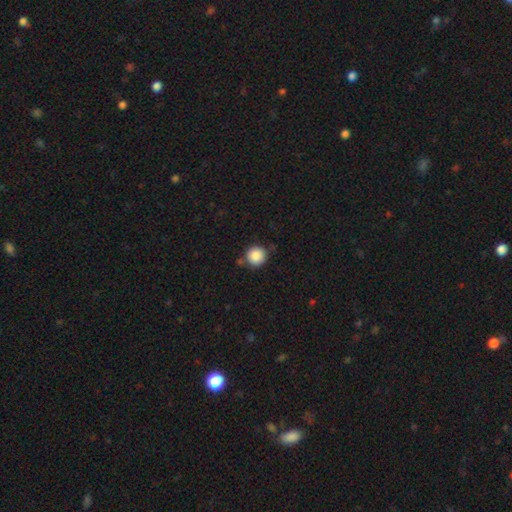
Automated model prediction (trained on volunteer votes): A smooth galaxy with no disk features (88%) that is round (94%).

Vote fractions:
- Smooth or featured? smooth: 88% / star or artifact: 9% / featured or disk: 3%
- How rounded? round: 94% / in between: 5% / cigar-shaped: 1%
- Merging? none: 82% / minor disturbance: 10% / merger: 5% / major disturbance: 3%